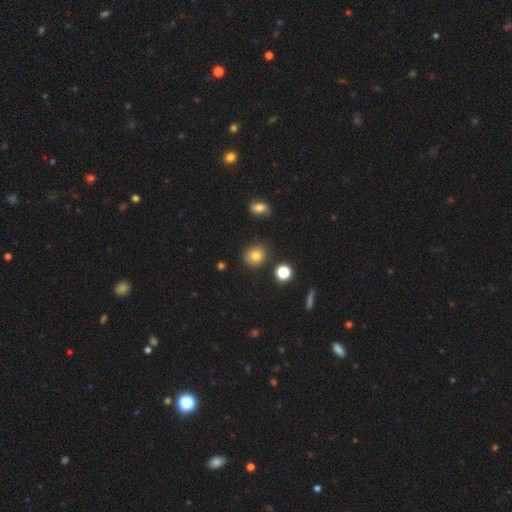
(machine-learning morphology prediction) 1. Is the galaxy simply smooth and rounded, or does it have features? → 77% smooth, 13% star or artifact, 10% featured or disk.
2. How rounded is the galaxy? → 77% round, 22% in between, 1% cigar-shaped.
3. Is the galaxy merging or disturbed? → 83% none, 11% minor disturbance, 3% merger, 3% major disturbance.